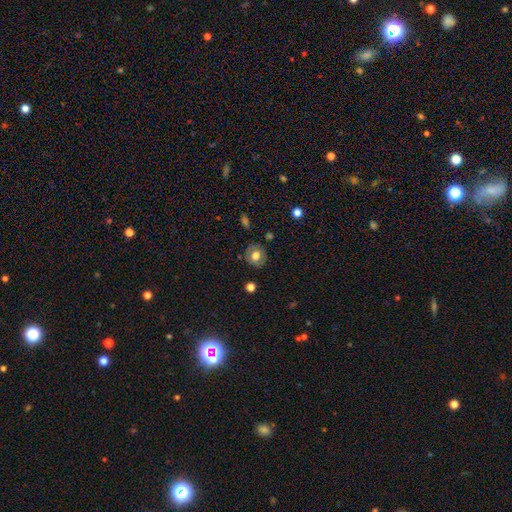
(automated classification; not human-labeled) Q: Smooth or featured?
A: smooth (62%); runner-up: featured or disk (28%)
Q: How rounded?
A: round (77%); runner-up: in between (22%)
Q: Merging?
A: none (80%); runner-up: minor disturbance (14%)